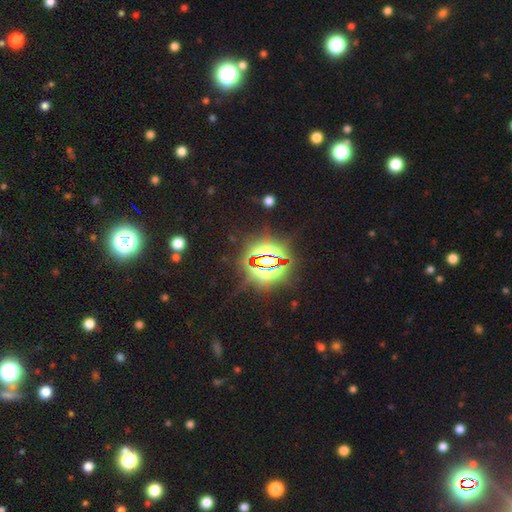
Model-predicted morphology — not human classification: Smooth or featured?
  - star or artifact: 82% *
  - smooth: 12%
  - featured or disk: 6%